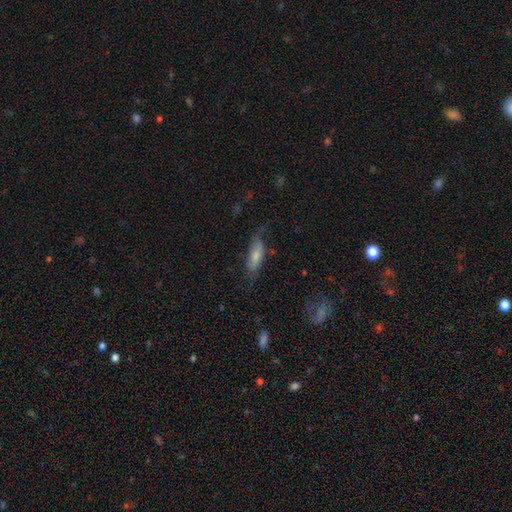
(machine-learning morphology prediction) smooth-or-featured: smooth: 64% | featured or disk: 29% | star or artifact: 7%
  how-rounded: in between: 60% | cigar-shaped: 38% | round: 2%
  merging: none: 56% | minor disturbance: 27% | major disturbance: 15% | merger: 2%